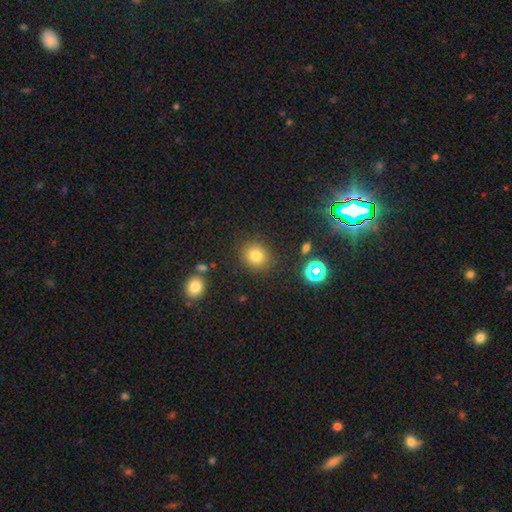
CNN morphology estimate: Smooth or featured? Predicted: smooth (p=0.78). How rounded? Predicted: round (p=0.83). Merging? Predicted: none (p=0.86).